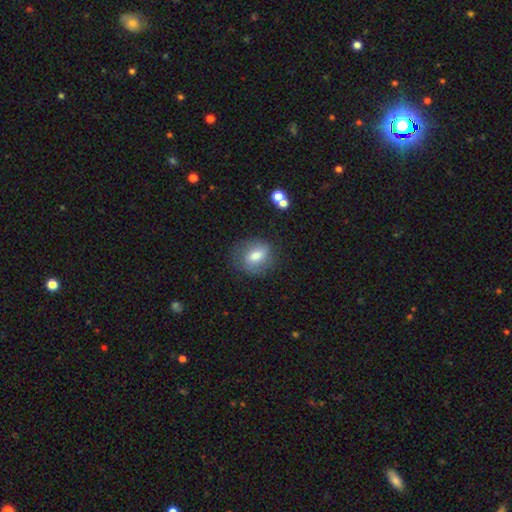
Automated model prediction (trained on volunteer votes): smooth 63%, featured or disk 28%, star or artifact 9%. Down the decision tree: how rounded — in between (52%); merging — none (72%).